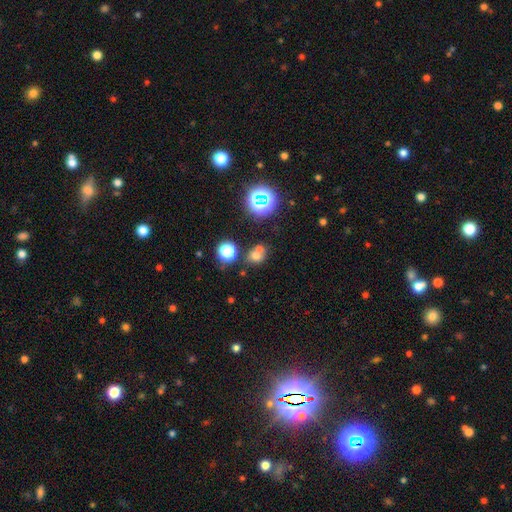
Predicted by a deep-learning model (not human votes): This is likely a smooth galaxy (61%). How rounded: likely round (72%). Merging: possibly none (47%).